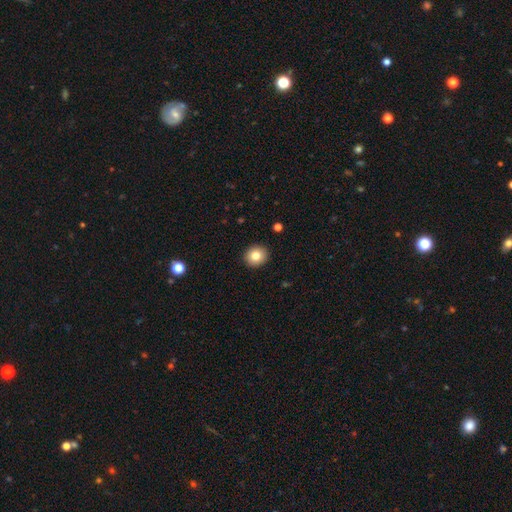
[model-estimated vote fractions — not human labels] smooth-or-featured: smooth: 81% | star or artifact: 10% | featured or disk: 9%
  how-rounded: round: 81% | in between: 18% | cigar-shaped: 1%
  merging: none: 92% | minor disturbance: 6% | major disturbance: 2% | merger: 1%